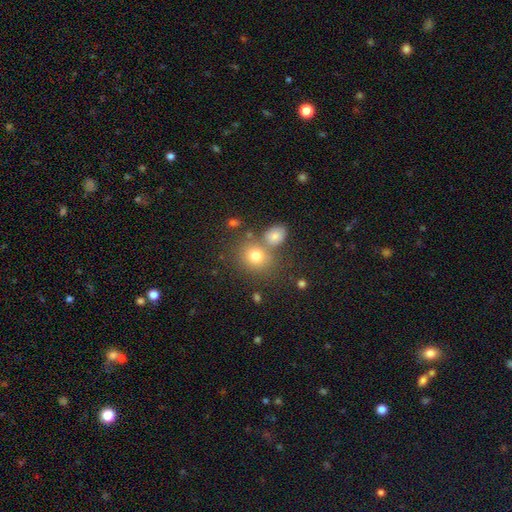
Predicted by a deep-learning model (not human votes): smooth 76%, star or artifact 13%, featured or disk 11%. Down the decision tree: how rounded — round (69%); merging — none (60%).